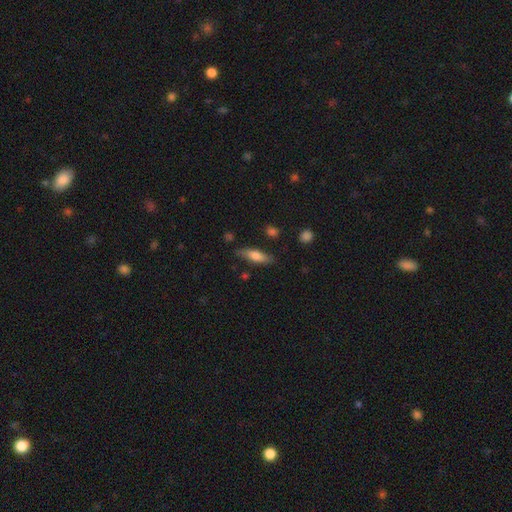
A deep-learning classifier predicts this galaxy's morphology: smooth 67%, featured or disk 27%, star or artifact 6%. Down the decision tree: how rounded — cigar-shaped (57%); merging — none (80%).